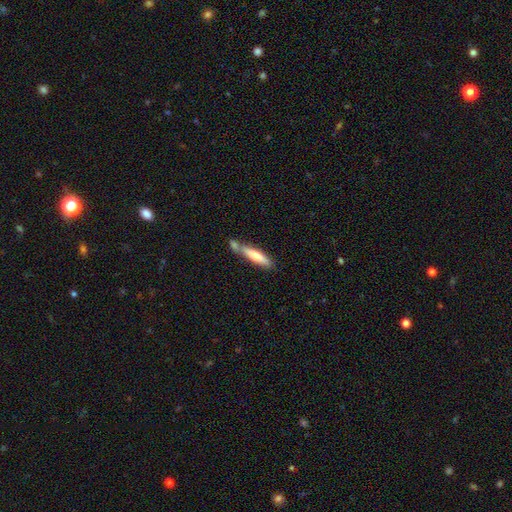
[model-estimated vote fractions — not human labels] This is likely a smooth galaxy (69%). How rounded: clearly cigar-shaped (82%). Merging: marginally none (44%).